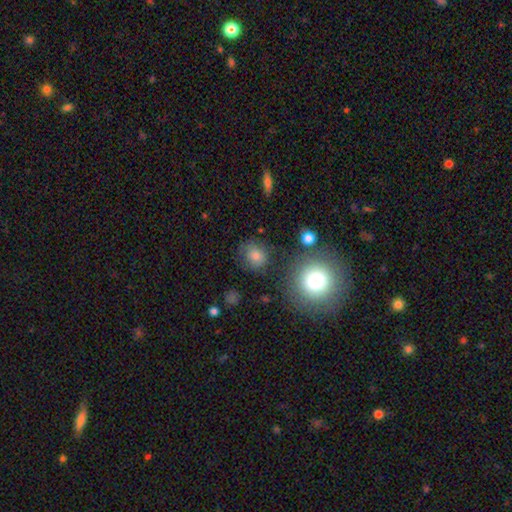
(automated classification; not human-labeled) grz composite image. It shows a smooth galaxy with no disk features (79%) that is round (75%). Merging: none (78%).